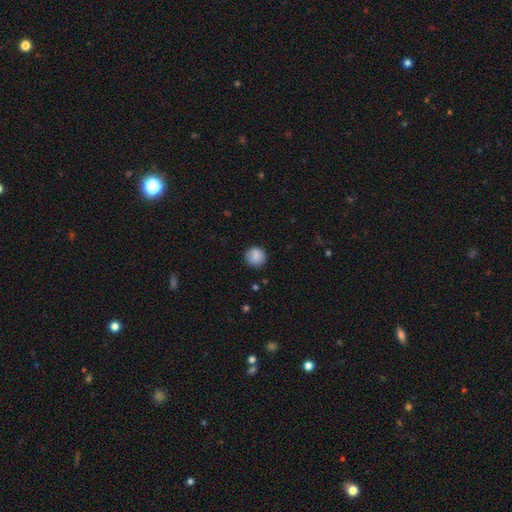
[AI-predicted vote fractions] Smooth or featured?
  - smooth: 87% *
  - star or artifact: 8%
  - featured or disk: 5%
How rounded?
  - round: 92% *
  - in between: 7%
  - cigar-shaped: 1%
Merging?
  - none: 87% *
  - minor disturbance: 10%
  - major disturbance: 2%
  - merger: 1%